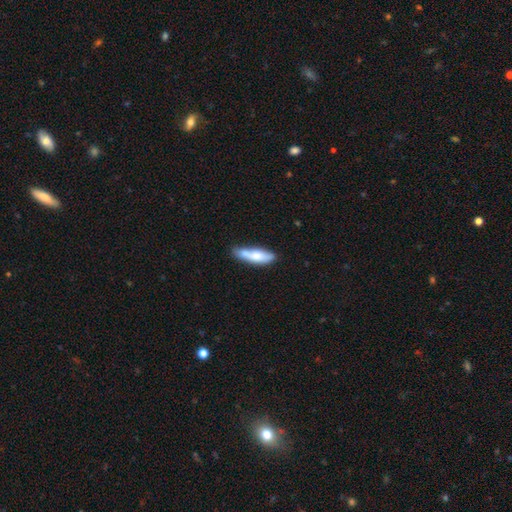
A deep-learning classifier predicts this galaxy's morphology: This is likely a smooth galaxy (70%). How rounded: likely cigar-shaped (64%). Merging: possibly none (55%).